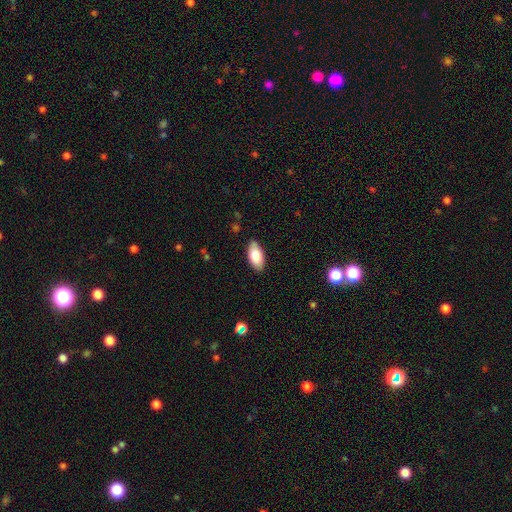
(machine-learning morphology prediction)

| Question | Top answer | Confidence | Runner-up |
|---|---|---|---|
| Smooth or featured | smooth | 81% | featured or disk (12%) |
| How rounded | in between | 93% | cigar-shaped (5%) |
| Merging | none | 86% | minor disturbance (11%) |